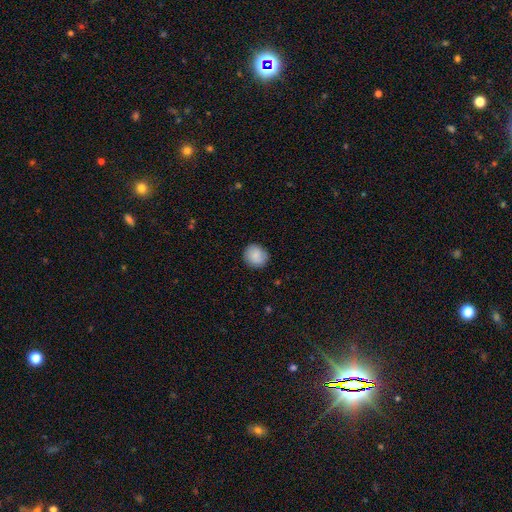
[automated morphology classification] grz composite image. It shows a smooth galaxy with no disk features (82%) that is round (87%). Merging: none (85%).